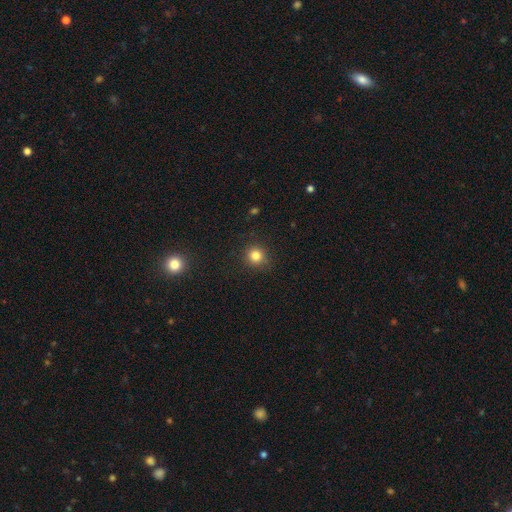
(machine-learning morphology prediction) This is clearly a smooth galaxy (82%). How rounded: clearly round (91%). Merging: clearly none (87%).